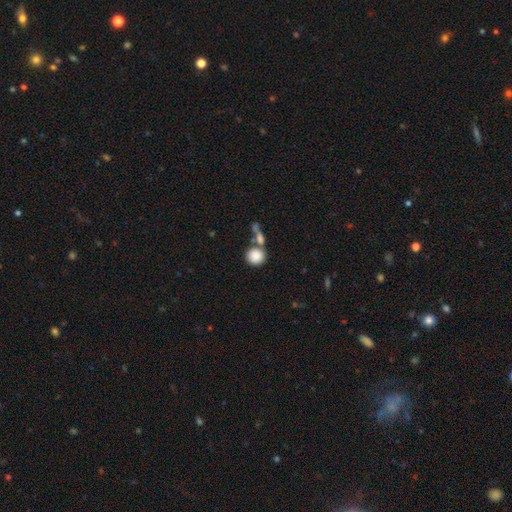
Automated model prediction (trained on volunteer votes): Morphology: type=smooth (85%); roundness=round (84%); merging=none (53%).